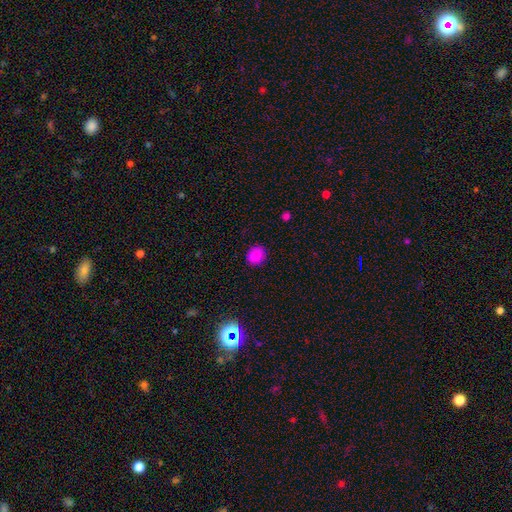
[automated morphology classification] smooth 85%, star or artifact 11%, featured or disk 4%. Down the decision tree: how rounded — round (73%); merging — none (87%).